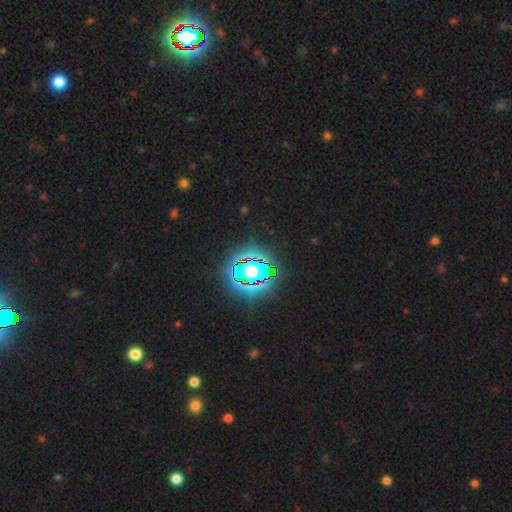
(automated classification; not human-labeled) Overall: star or artifact (82%).